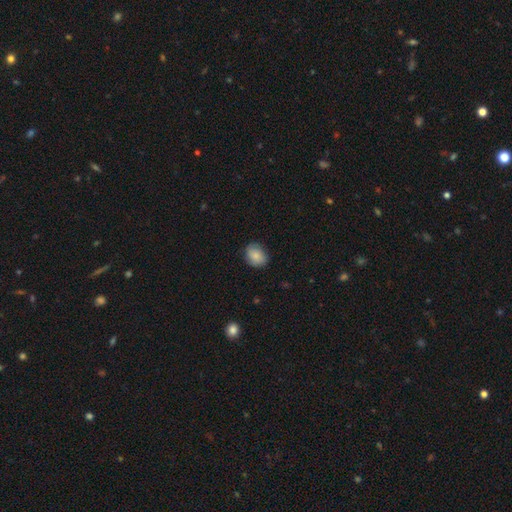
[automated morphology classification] A smooth galaxy with no disk features (86%) that is in between round and cigar-shaped (55%).

Vote fractions:
- Smooth or featured? smooth: 86% / featured or disk: 7% / star or artifact: 7%
- How rounded? in between: 55% / round: 44% / cigar-shaped: 1%
- Merging? none: 81% / minor disturbance: 15% / major disturbance: 3% / merger: 1%